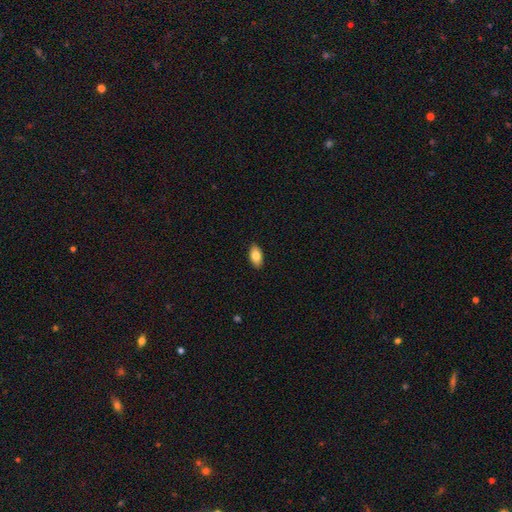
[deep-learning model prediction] This is clearly a smooth galaxy (81%). How rounded: clearly in between (93%). Merging: clearly none (90%).